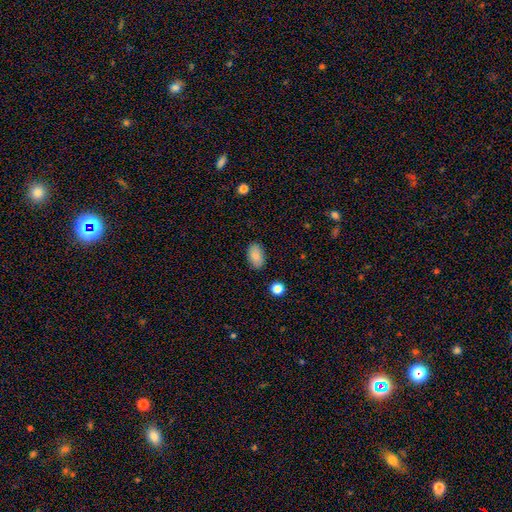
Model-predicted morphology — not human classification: type=smooth (86%); roundness=in between (92%); merging=none (86%).